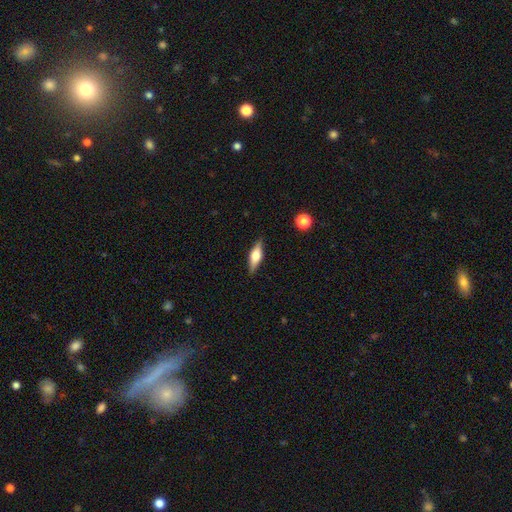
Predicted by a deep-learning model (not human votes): Smooth or featured? Predicted: featured or disk (p=0.55). Edge-on disk? Predicted: yes (p=0.94). Edge-on bulge? Predicted: rounded (p=0.90). Merging? Predicted: none (p=0.87).